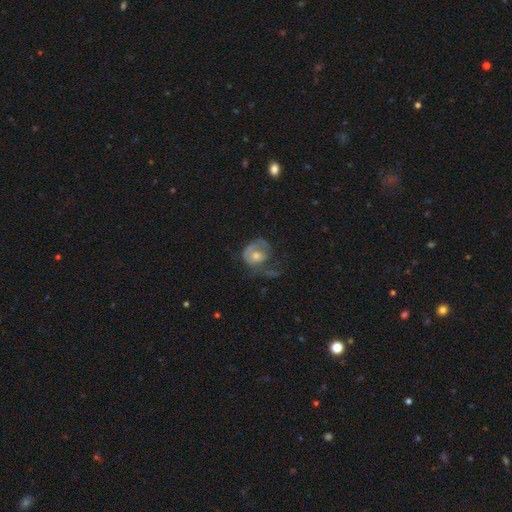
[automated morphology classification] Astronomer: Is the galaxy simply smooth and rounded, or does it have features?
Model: featured or disk — 61%.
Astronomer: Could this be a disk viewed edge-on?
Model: no — 97%.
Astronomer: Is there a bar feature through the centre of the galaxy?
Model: no — 76%.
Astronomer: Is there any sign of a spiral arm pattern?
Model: yes — 58% (runner-up: no, 42%).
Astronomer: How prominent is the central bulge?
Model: moderate — 61%.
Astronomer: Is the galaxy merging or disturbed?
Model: major disturbance — 42% (runner-up: none, 34%).